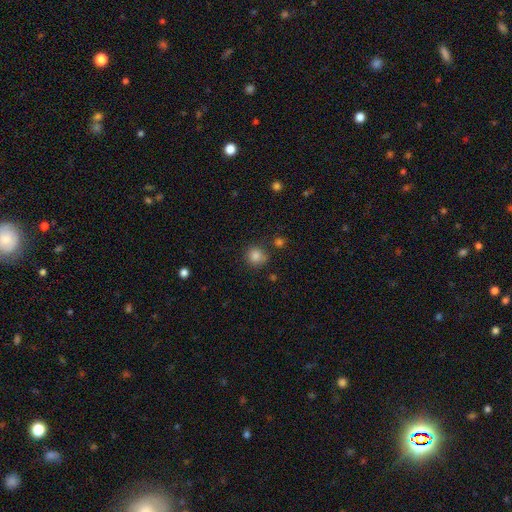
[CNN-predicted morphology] This appears to be a smooth galaxy with no disk features (84%) that is round (89%). Merging: none (78%).